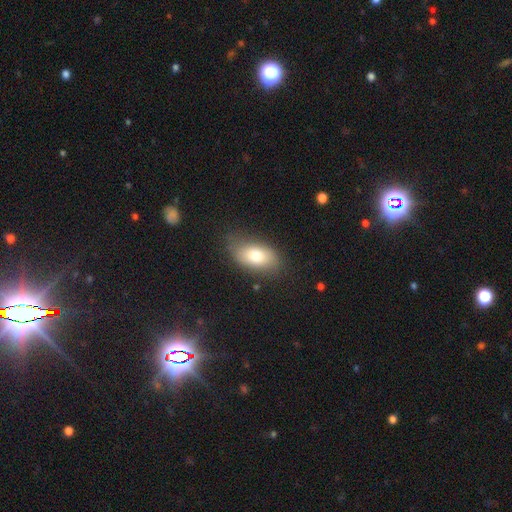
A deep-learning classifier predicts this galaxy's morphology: A smooth galaxy with no disk features (76%) that is in between round and cigar-shaped (91%).

Vote fractions:
- Smooth or featured? smooth: 76% / featured or disk: 16% / star or artifact: 7%
- How rounded? in between: 91% / round: 6% / cigar-shaped: 3%
- Merging? none: 73% / minor disturbance: 19% / major disturbance: 6% / merger: 2%